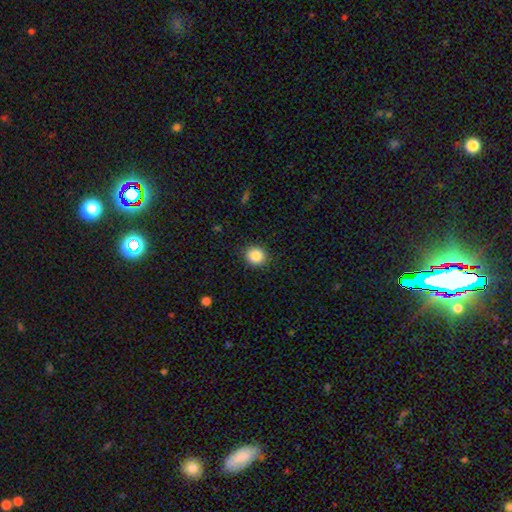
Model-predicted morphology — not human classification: This appears to be a smooth galaxy with no disk features (86%) that is round (84%). Merging: none (89%).